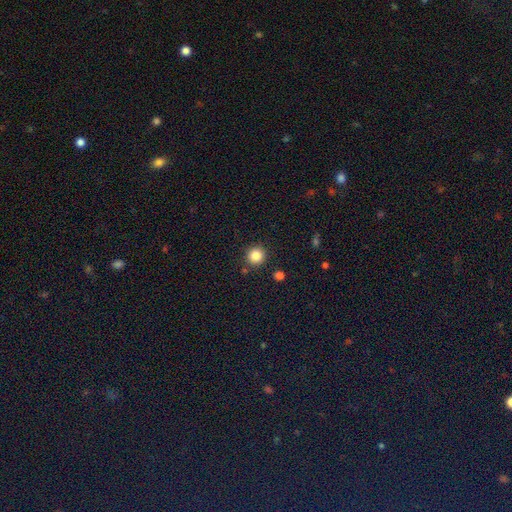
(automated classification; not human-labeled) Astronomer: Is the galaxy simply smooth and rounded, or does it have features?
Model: smooth — 85%.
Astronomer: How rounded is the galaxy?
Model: round — 94%.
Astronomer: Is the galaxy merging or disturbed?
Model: none — 88%.